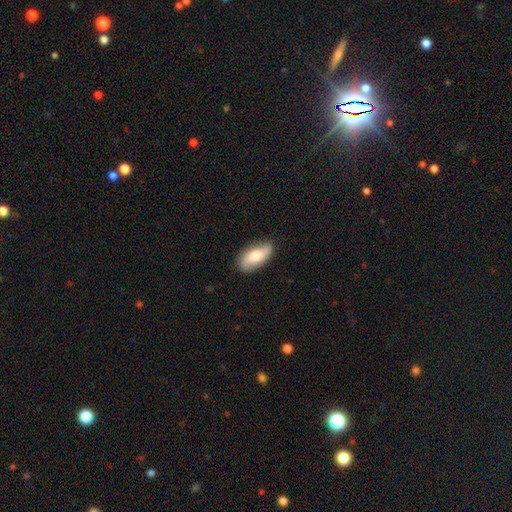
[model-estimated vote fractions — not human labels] smooth 59%, featured or disk 35%, star or artifact 6%. Down the decision tree: how rounded — in between (89%); merging — none (79%).